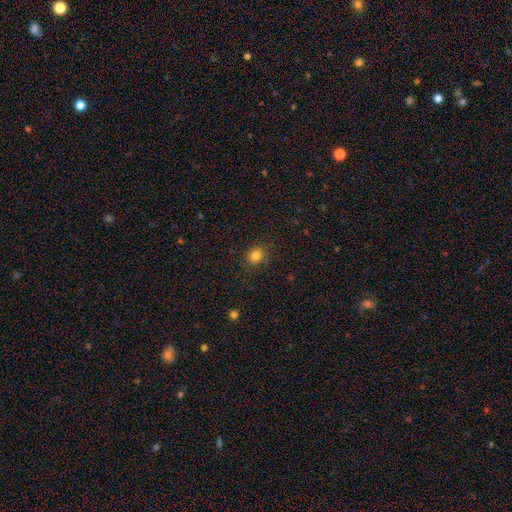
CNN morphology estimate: Smooth or featured?
  - smooth: 82% *
  - star or artifact: 13%
  - featured or disk: 5%
How rounded?
  - round: 72% *
  - in between: 27%
  - cigar-shaped: 1%
Merging?
  - none: 84% *
  - minor disturbance: 11%
  - major disturbance: 3%
  - merger: 2%